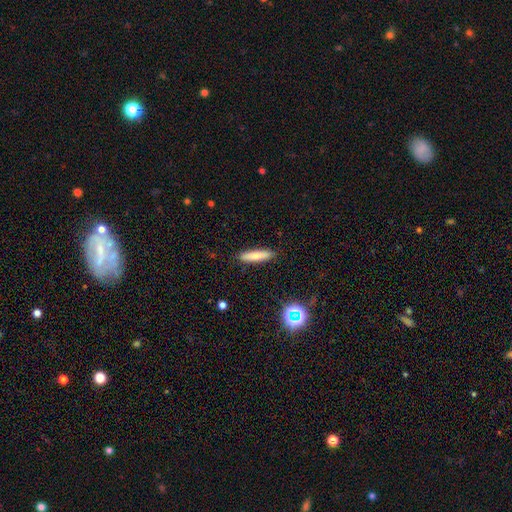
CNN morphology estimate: The model was most divided on "smooth or featured": smooth: 75%, featured or disk: 17%, star or artifact: 8%. More confident: merging — none (89%); how rounded — cigar-shaped (79%).